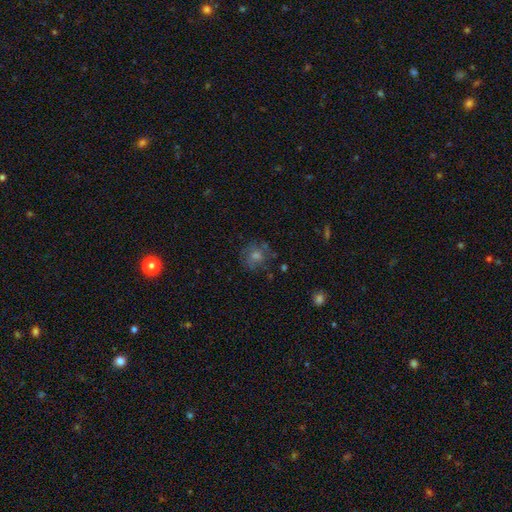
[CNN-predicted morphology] type=smooth (41%); merging=none (69%).